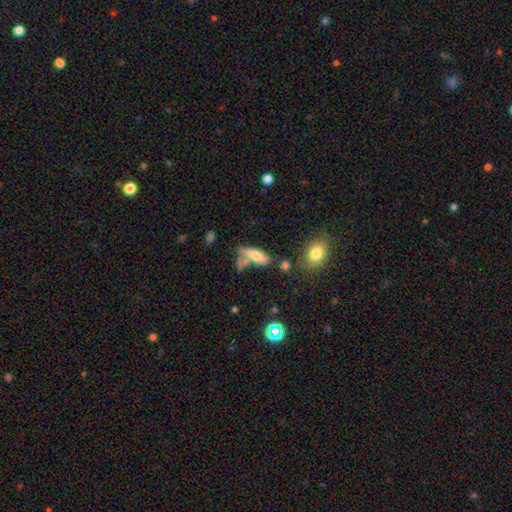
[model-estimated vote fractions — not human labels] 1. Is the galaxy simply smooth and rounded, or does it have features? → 69% smooth, 21% featured or disk, 10% star or artifact.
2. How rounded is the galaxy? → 60% in between, 38% cigar-shaped, 3% round.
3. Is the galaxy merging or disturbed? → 38% none, 29% merger, 20% minor disturbance, 13% major disturbance.